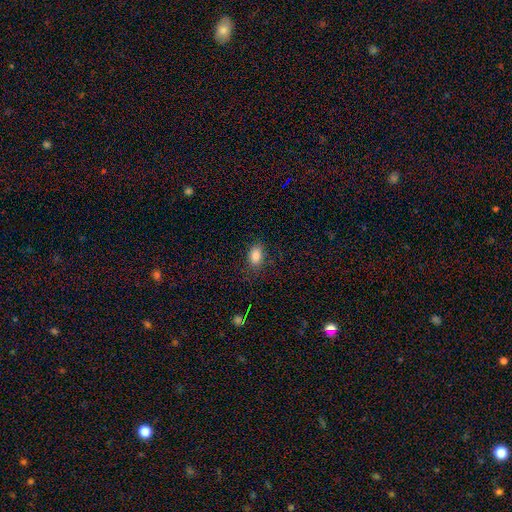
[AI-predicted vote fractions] A smooth galaxy with no disk features (85%) that is in between round and cigar-shaped (86%).

Vote fractions:
- Smooth or featured? smooth: 85% / star or artifact: 9% / featured or disk: 5%
- How rounded? in between: 86% / round: 12% / cigar-shaped: 2%
- Merging? none: 82% / minor disturbance: 13% / major disturbance: 4% / merger: 1%